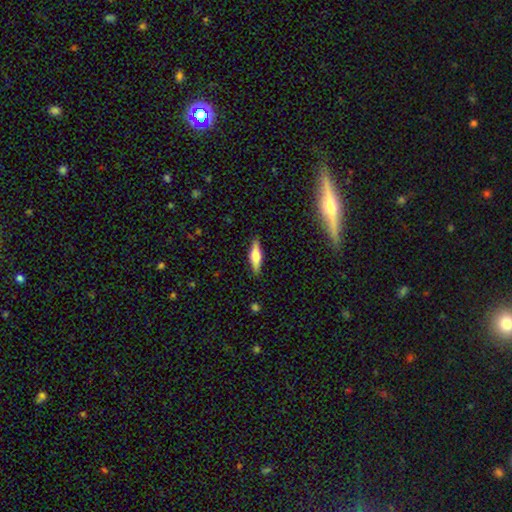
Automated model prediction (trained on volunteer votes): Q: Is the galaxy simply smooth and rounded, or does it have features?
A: smooth — 51%.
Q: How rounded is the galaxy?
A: cigar-shaped — 62%.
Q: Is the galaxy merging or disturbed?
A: none — 89%.